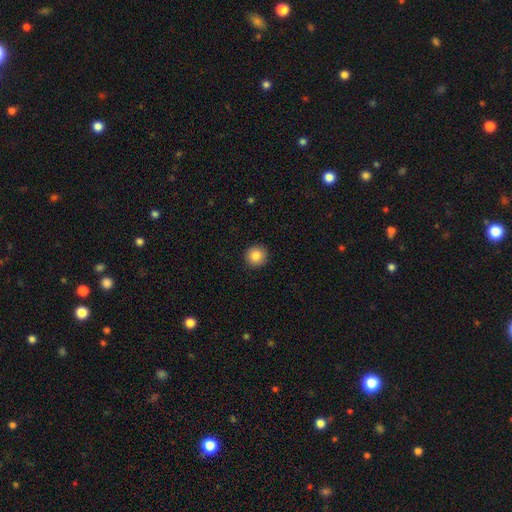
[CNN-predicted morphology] smooth_or_featured: smooth (p=0.86) [alt: star or artifact p=0.09]
how_rounded: round (p=0.93) [alt: in between p=0.06]
merging: none (p=0.91) [alt: minor disturbance p=0.06]